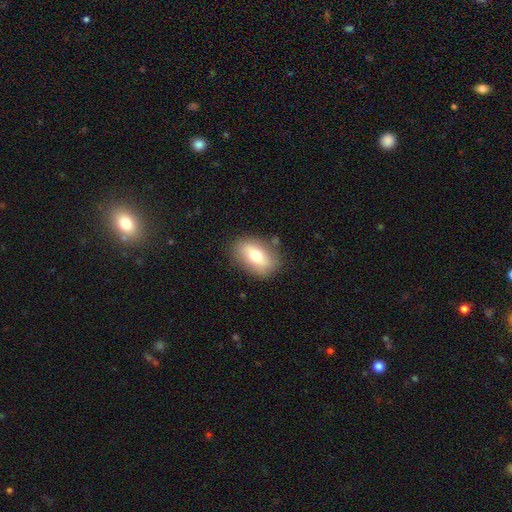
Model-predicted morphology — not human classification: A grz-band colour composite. It shows a smooth galaxy with no disk features (67%) that is in between round and cigar-shaped (84%). Merging: none (81%).